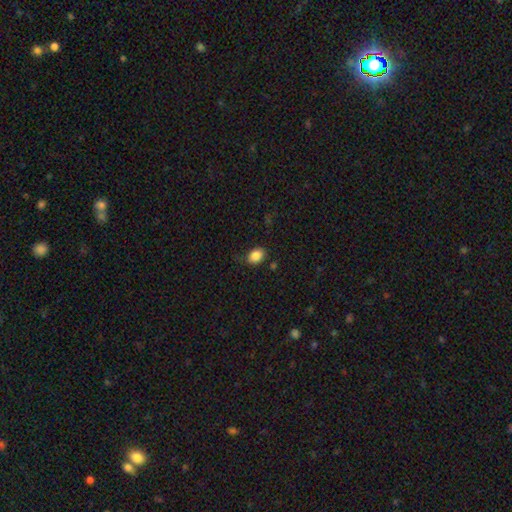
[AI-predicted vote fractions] This appears to be a smooth galaxy with no disk features (86%) that is in between round and cigar-shaped (69%). Merging: none (78%).